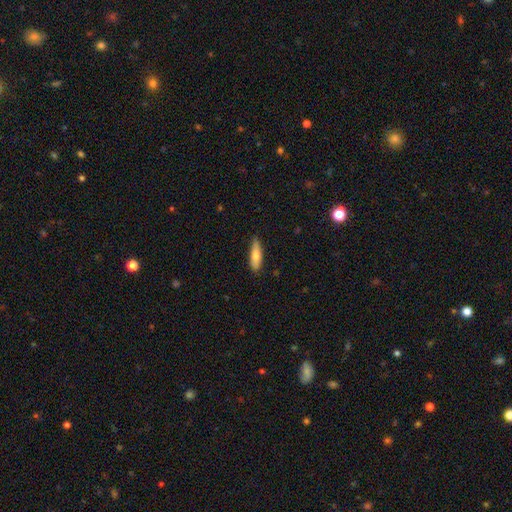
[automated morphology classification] This appears to be a smooth galaxy with no disk features (74%) that is cigar-shaped (55%). Merging: none (81%).